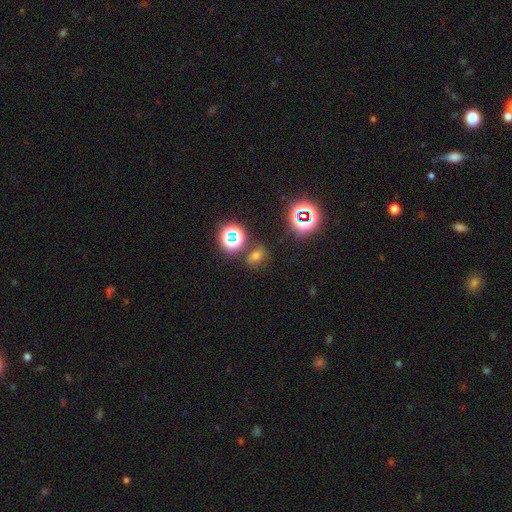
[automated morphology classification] This appears to be a smooth galaxy with no disk features (50%). Merging: none (74%).